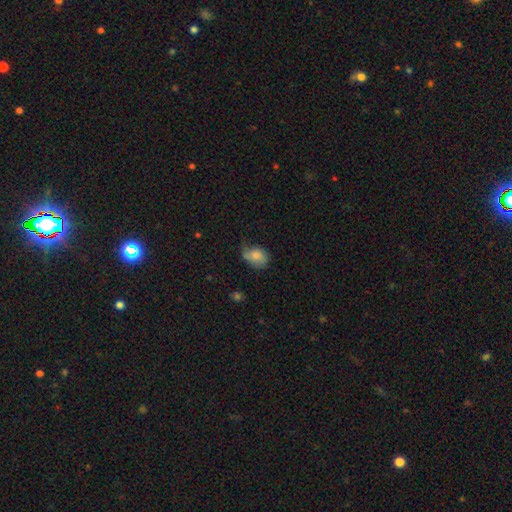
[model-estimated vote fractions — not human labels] Q: Smooth or featured?
A: smooth (75%); runner-up: featured or disk (17%)
Q: How rounded?
A: in between (70%); runner-up: round (28%)
Q: Merging?
A: none (43%); runner-up: minor disturbance (40%)